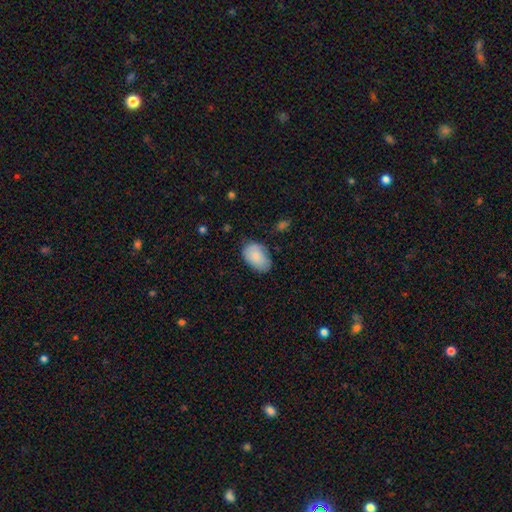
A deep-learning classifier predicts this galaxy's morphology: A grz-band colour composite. It shows a smooth galaxy with no disk features (85%) that is in between round and cigar-shaped (90%). Merging: none (73%).